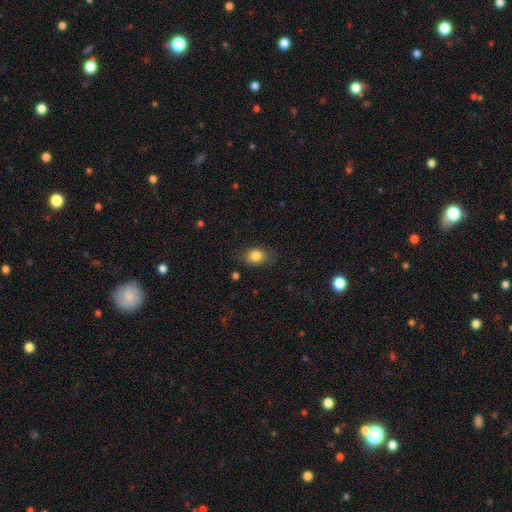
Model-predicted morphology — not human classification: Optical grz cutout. It shows a smooth galaxy with no disk features (83%) that is in between round and cigar-shaped (68%). Merging: none (78%).